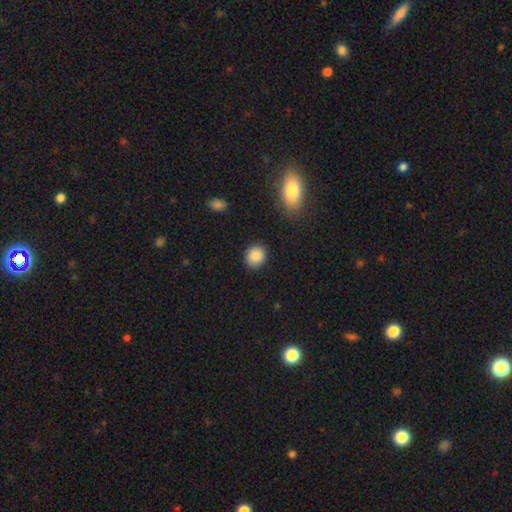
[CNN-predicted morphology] Smooth or featured? smooth (87%)
How rounded? round (75%)
Merging? none (89%)